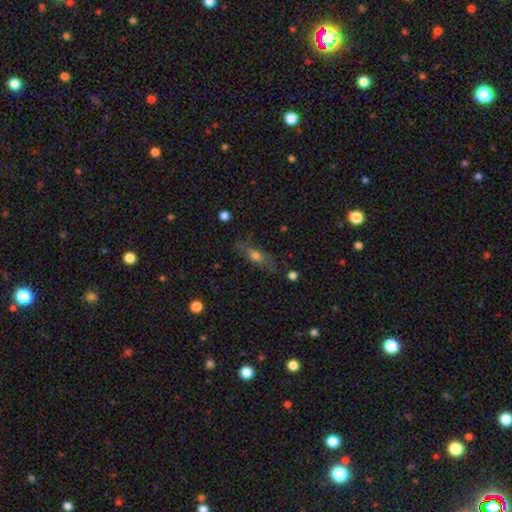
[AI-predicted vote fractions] smooth_or_featured: smooth (p=0.55) [alt: featured or disk p=0.34]
how_rounded: in between (p=0.59) [alt: cigar-shaped p=0.36]
merging: none (p=0.66) [alt: minor disturbance p=0.21]